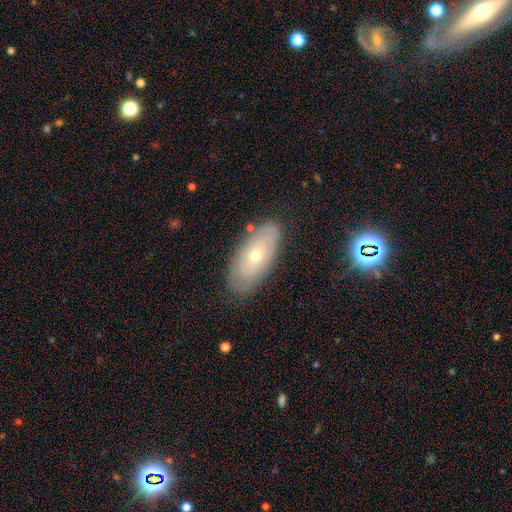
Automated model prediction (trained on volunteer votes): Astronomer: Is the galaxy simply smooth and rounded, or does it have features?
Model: featured or disk — 47% (runner-up: smooth, 45%).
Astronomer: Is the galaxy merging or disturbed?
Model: none — 82%.